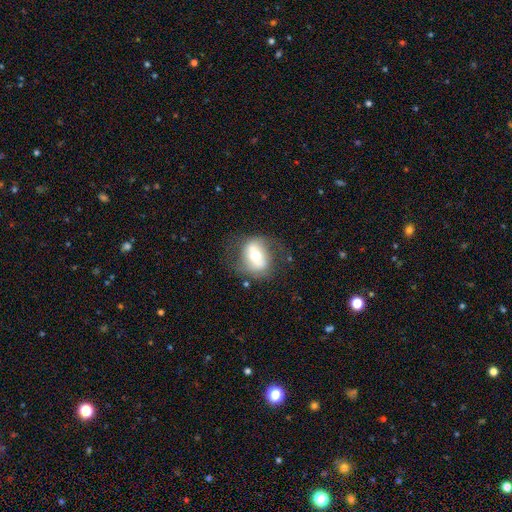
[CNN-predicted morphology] Smooth or featured: featured or disk — 46% (smooth — 45%)
Merging: none — 63% (minor disturbance — 20%)